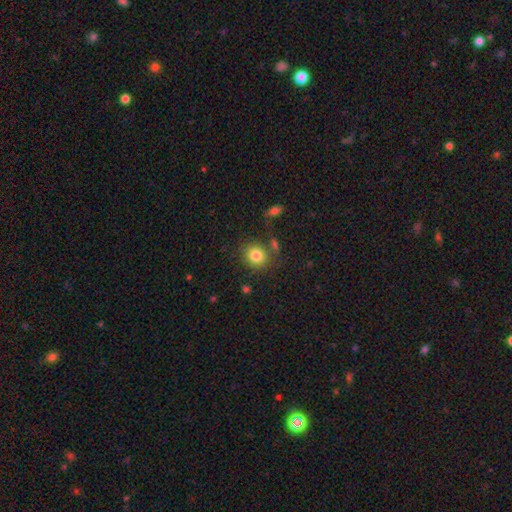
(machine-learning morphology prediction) This appears to be a smooth galaxy with no disk features (82%) that is round (77%). Merging: none (77%).